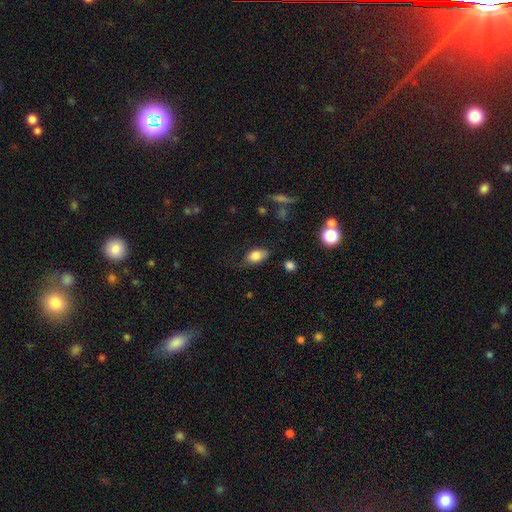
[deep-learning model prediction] This appears to be a smooth galaxy with no disk features (82%) that is in between round and cigar-shaped (89%). Merging: none (71%).